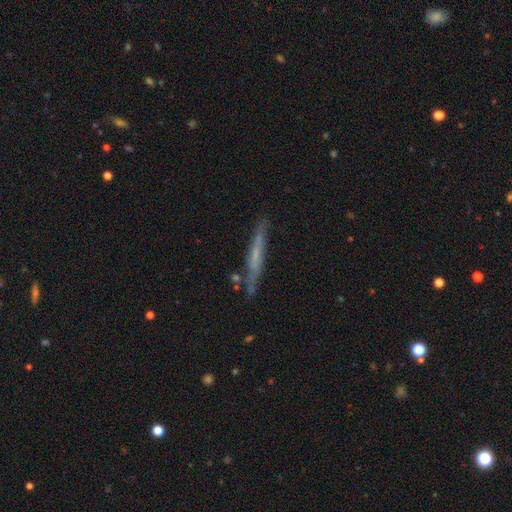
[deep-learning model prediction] Smooth or featured: featured or disk — 52% (smooth — 40%)
Edge-on disk: yes — 87% (no — 13%)
Merging: none — 77% (minor disturbance — 16%)